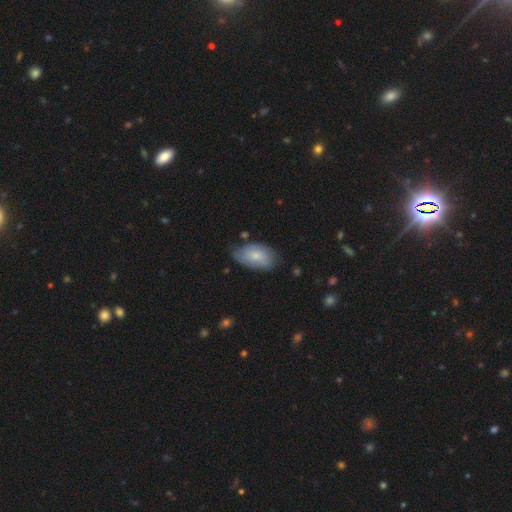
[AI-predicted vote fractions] Smooth or featured?
  - smooth: 70% *
  - featured or disk: 24%
  - star or artifact: 6%
How rounded?
  - in between: 93% *
  - round: 6%
  - cigar-shaped: 2%
Merging?
  - none: 58% *
  - minor disturbance: 32%
  - major disturbance: 7%
  - merger: 2%